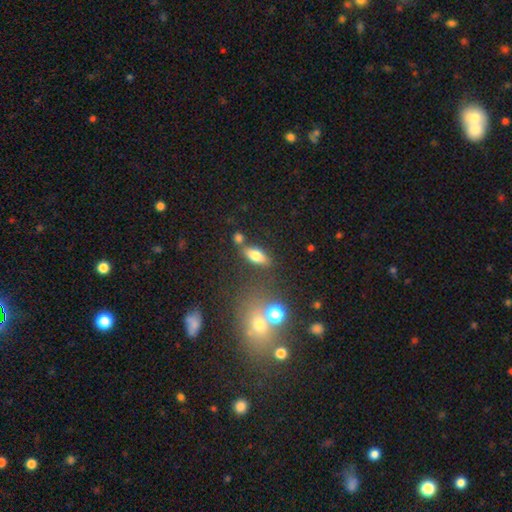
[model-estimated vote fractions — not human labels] Q: Smooth or featured?
A: smooth (71%); runner-up: featured or disk (18%)
Q: How rounded?
A: in between (73%); runner-up: cigar-shaped (21%)
Q: Merging?
A: none (72%); runner-up: minor disturbance (13%)